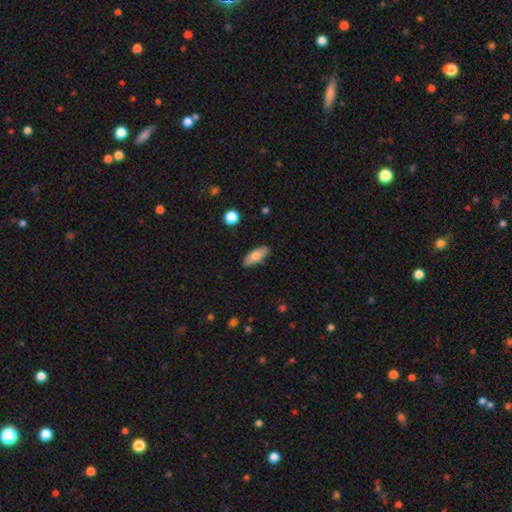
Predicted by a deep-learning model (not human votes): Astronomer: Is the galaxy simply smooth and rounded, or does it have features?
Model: smooth — 72%.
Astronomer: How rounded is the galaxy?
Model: in between — 78%.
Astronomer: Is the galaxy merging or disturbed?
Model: none — 87%.